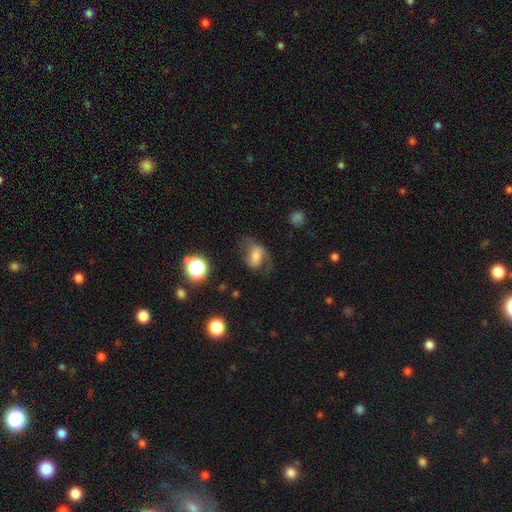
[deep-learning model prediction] Overall: featured or disk (49%; smooth 39%). Merging: none (45%; major disturbance 30%).